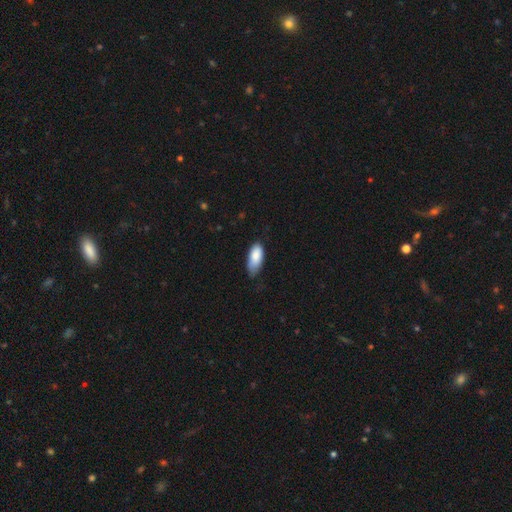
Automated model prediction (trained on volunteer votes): Smooth or featured: smooth — 85% (featured or disk — 9%)
How rounded: in between — 89% (cigar-shaped — 9%)
Merging: none — 52% (minor disturbance — 39%)